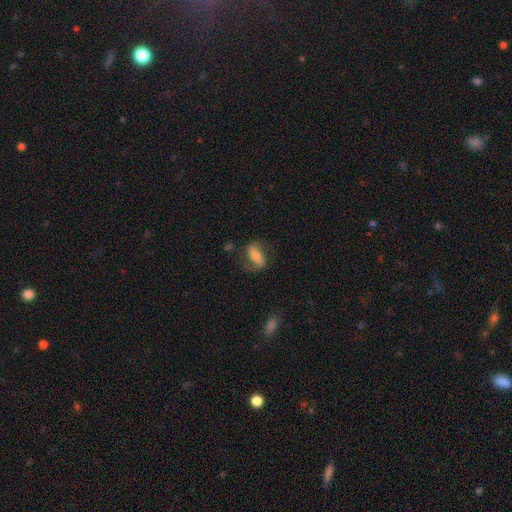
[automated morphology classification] The model was most divided on "smooth or featured": featured or disk: 57%, smooth: 36%, star or artifact: 8%. More confident: edge-on disk — no (86%); merging — none (69%).